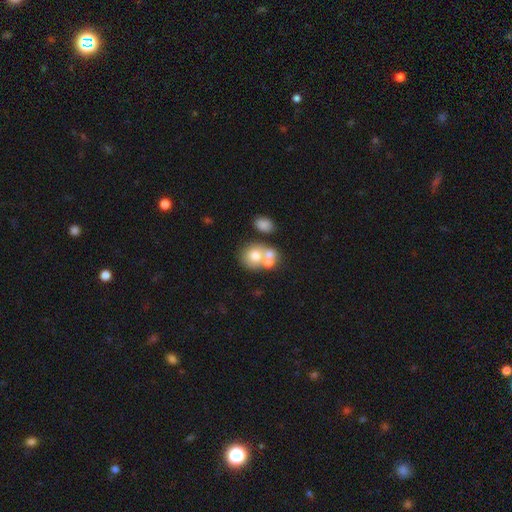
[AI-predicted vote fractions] Smooth or featured? smooth (63%)
How rounded? round (71%)
Merging? merger (54%)